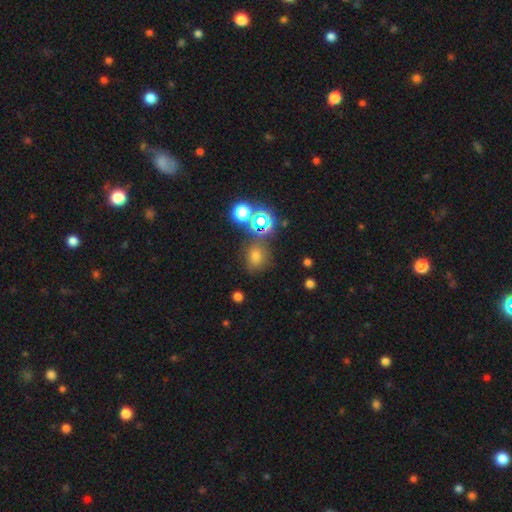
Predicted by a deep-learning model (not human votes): Smooth or featured?
  - smooth: 55% *
  - star or artifact: 35%
  - featured or disk: 10%
How rounded?
  - round: 67% *
  - in between: 31%
  - cigar-shaped: 1%
Merging?
  - none: 70% *
  - minor disturbance: 13%
  - merger: 12%
  - major disturbance: 6%